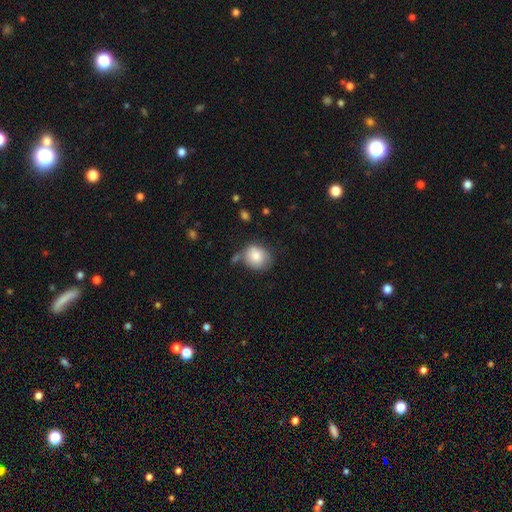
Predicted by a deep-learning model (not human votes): smooth_or_featured: smooth (p=0.82) [alt: featured or disk p=0.10]
how_rounded: round (p=0.66) [alt: in between p=0.33]
merging: none (p=0.56) [alt: minor disturbance p=0.25]